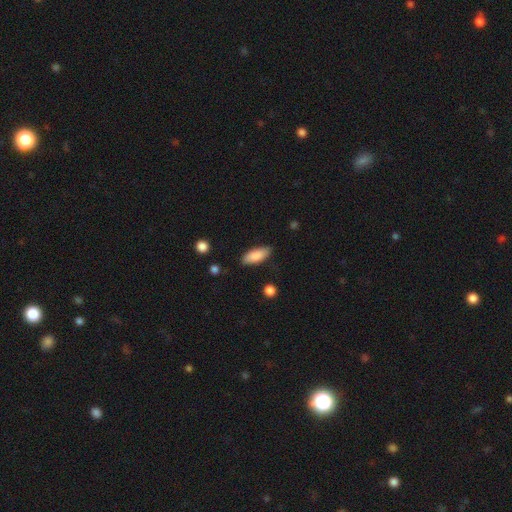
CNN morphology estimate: smooth 85%, featured or disk 9%, star or artifact 6%. Down the decision tree: how rounded — in between (82%); merging — none (83%).